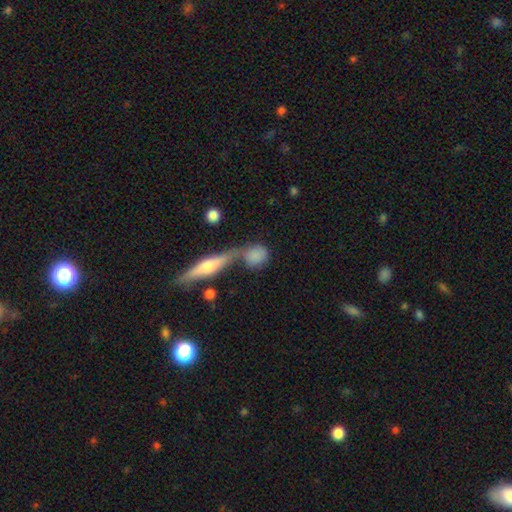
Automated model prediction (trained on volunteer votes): smooth 77%, featured or disk 15%, star or artifact 8%. Down the decision tree: how rounded — round (60%); merging — none (49%).